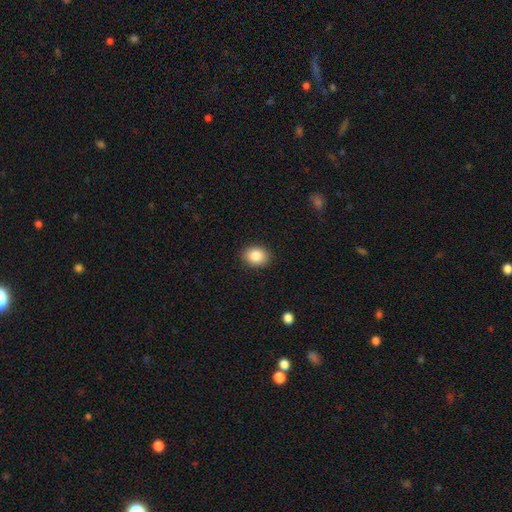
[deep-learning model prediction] Morphology: type=smooth (86%); roundness=in between (59%); merging=none (90%).